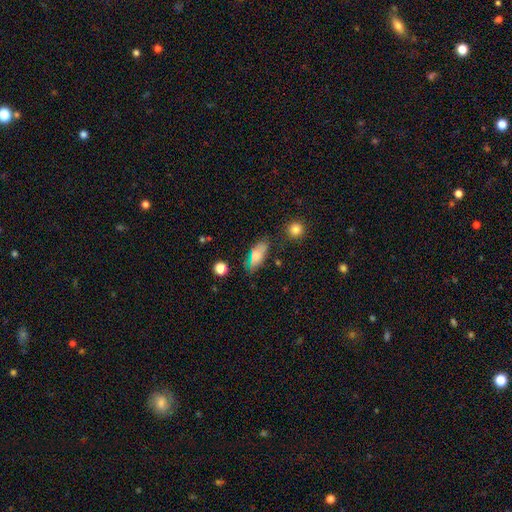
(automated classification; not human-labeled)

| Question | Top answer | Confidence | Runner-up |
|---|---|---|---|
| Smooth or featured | smooth | 74% | featured or disk (14%) |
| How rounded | in between | 79% | cigar-shaped (16%) |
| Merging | none | 61% | minor disturbance (24%) |